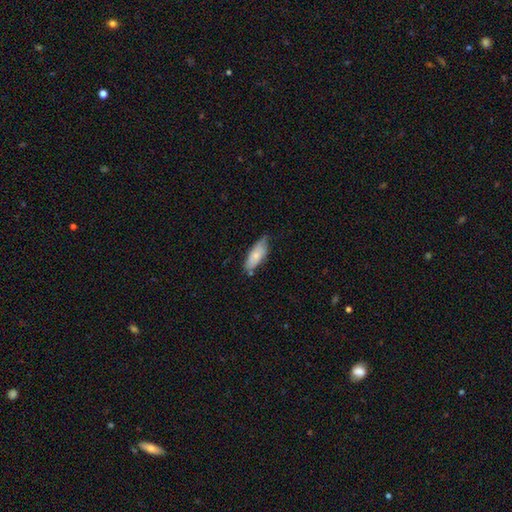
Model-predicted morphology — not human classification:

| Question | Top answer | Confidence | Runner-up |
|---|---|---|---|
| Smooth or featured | smooth | 75% | featured or disk (19%) |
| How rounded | in between | 76% | cigar-shaped (22%) |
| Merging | none | 60% | minor disturbance (31%) |